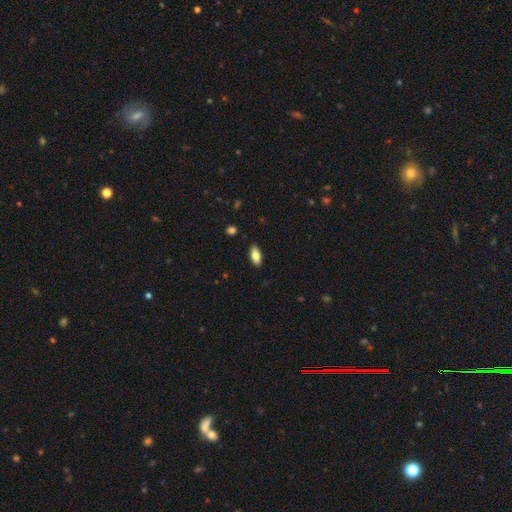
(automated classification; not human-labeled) Q: Smooth or featured?
A: smooth (75%); runner-up: featured or disk (18%)
Q: How rounded?
A: in between (87%); runner-up: cigar-shaped (11%)
Q: Merging?
A: none (89%); runner-up: minor disturbance (9%)